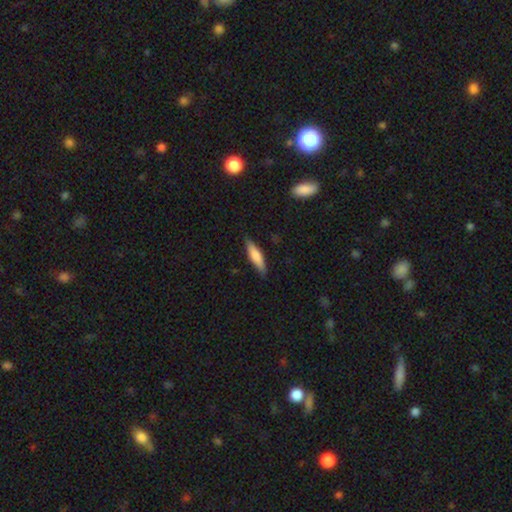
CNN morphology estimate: A smooth galaxy with no disk features (70%) that is cigar-shaped (75%). Merging: none (85%).